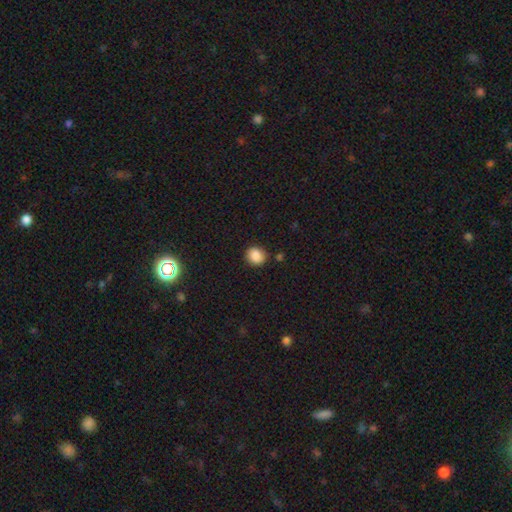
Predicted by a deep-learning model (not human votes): A smooth galaxy with no disk features (86%) that is round (73%).

Vote fractions:
- Smooth or featured? smooth: 86% / star or artifact: 10% / featured or disk: 4%
- How rounded? round: 73% / in between: 26% / cigar-shaped: 1%
- Merging? none: 80% / minor disturbance: 14% / merger: 3% / major disturbance: 3%